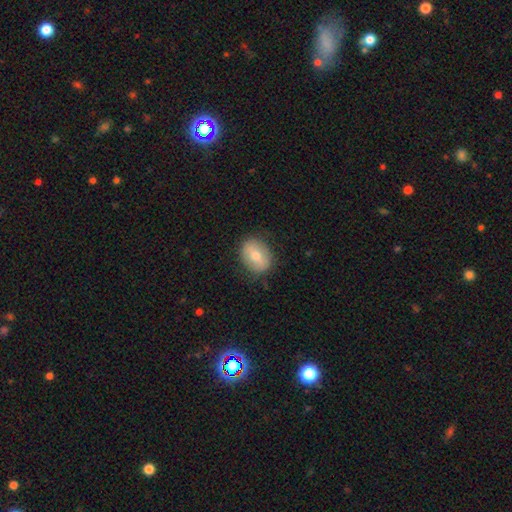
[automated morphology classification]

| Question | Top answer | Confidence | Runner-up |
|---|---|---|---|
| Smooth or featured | smooth | 63% | featured or disk (30%) |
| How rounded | in between | 56% | round (43%) |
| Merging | none | 81% | minor disturbance (14%) |